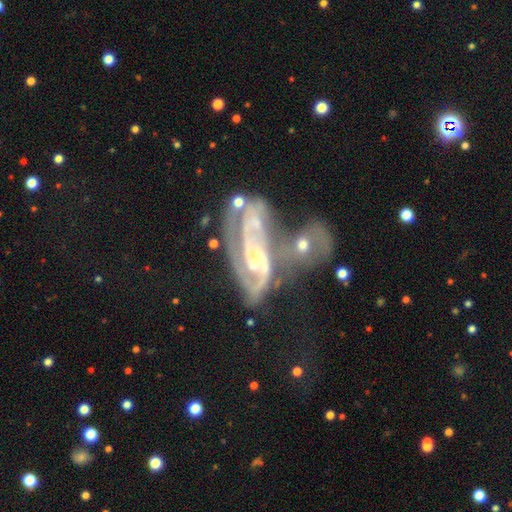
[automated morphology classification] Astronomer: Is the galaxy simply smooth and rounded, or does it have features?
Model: featured or disk — 86%.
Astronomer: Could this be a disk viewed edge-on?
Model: no — 95%.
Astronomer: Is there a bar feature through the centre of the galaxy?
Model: no — 48% (runner-up: weak, 34%).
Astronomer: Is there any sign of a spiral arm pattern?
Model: yes — 96%.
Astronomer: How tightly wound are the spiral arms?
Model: tight — 45% (runner-up: medium, 42%).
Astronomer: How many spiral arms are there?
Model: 2 — 67%.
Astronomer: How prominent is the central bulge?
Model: small — 64%.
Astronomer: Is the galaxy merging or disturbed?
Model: merger — 49%.